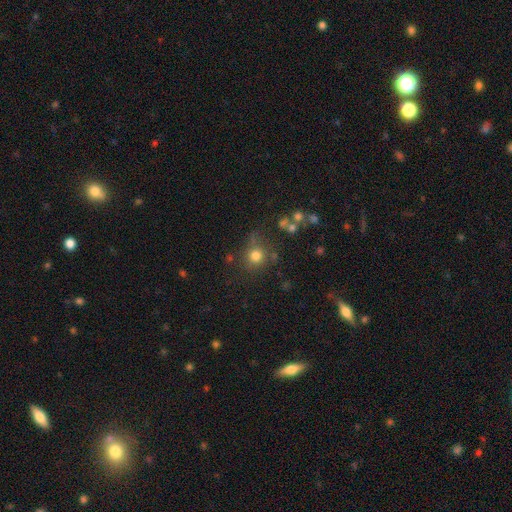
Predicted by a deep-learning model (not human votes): A smooth galaxy with no disk features (76%) that is round (91%).

Vote fractions:
- Smooth or featured? smooth: 76% / star or artifact: 16% / featured or disk: 8%
- How rounded? round: 91% / in between: 8% / cigar-shaped: 1%
- Merging? none: 73% / minor disturbance: 13% / merger: 7% / major disturbance: 6%